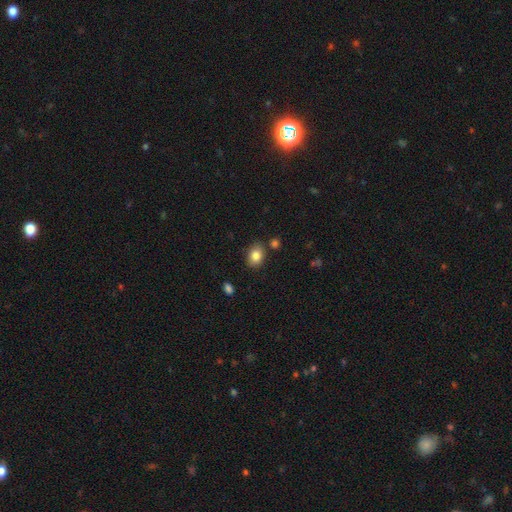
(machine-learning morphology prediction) Smooth or featured: smooth — 84% (star or artifact — 9%)
How rounded: in between — 69% (round — 30%)
Merging: none — 80% (minor disturbance — 12%)